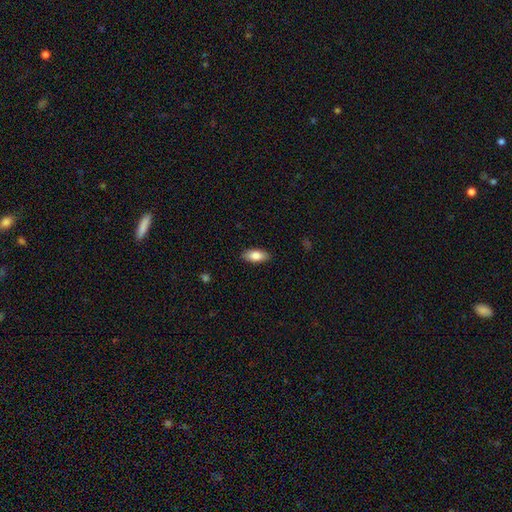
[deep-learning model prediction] Morphology: type=smooth (83%); roundness=in between (87%); merging=none (88%).